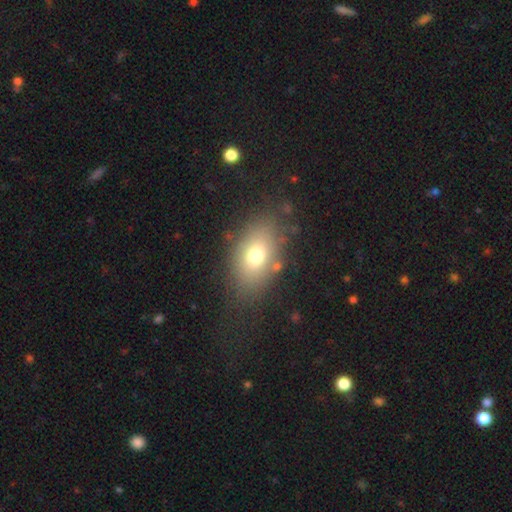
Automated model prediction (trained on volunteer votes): Smooth or featured? smooth (72%)
How rounded? in between (84%)
Merging? none (77%)